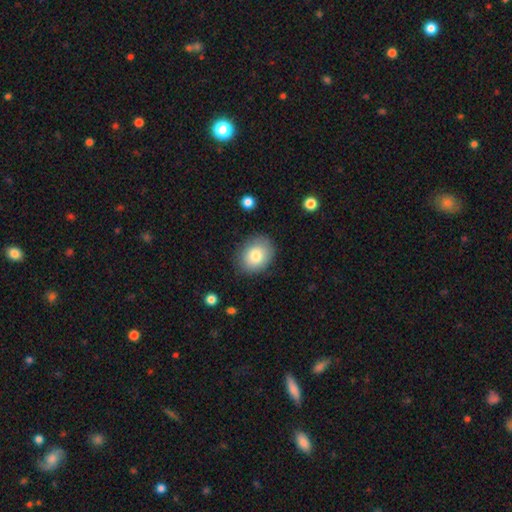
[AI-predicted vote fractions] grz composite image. It shows a smooth galaxy with no disk features (80%) that is in between round and cigar-shaped (56%). Merging: none (82%).